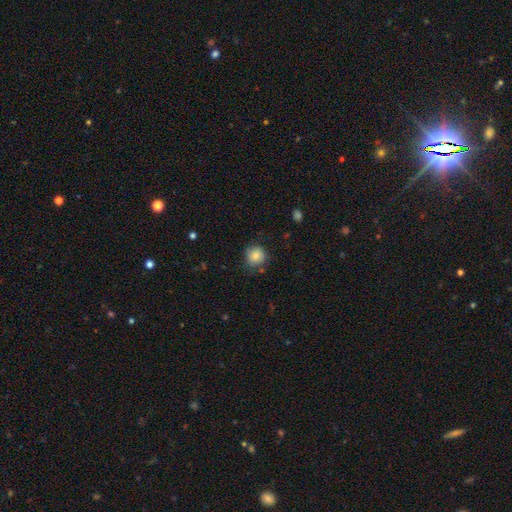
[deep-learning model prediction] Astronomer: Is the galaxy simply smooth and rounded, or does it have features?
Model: smooth — 81%.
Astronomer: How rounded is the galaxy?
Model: round — 87%.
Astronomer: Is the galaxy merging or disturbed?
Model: none — 75%.